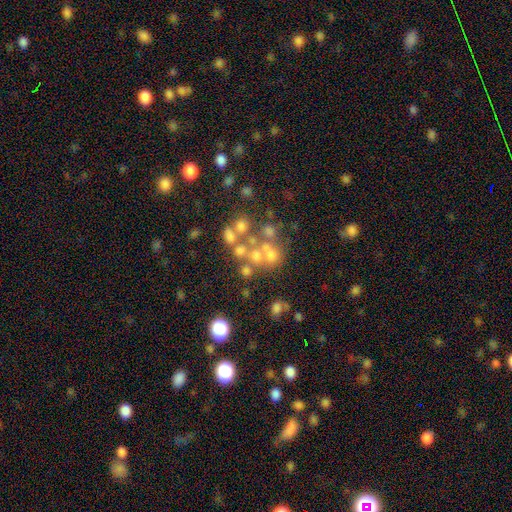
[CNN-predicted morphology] type=smooth (40%); merging=merger (43%).